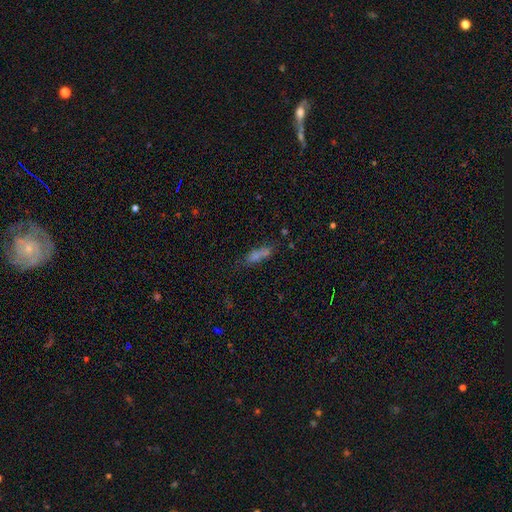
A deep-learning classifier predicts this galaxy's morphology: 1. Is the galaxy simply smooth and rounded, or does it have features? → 61% smooth, 20% star or artifact, 19% featured or disk.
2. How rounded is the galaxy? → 66% cigar-shaped, 30% in between, 4% round.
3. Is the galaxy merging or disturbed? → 59% none, 20% minor disturbance, 11% merger, 10% major disturbance.